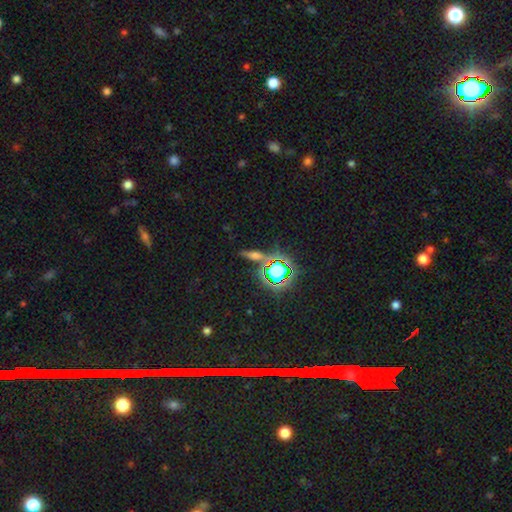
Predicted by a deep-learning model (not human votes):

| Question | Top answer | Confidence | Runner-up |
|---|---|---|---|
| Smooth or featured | smooth | 38% | star or artifact (36%) |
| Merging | none | 76% | minor disturbance (11%) |